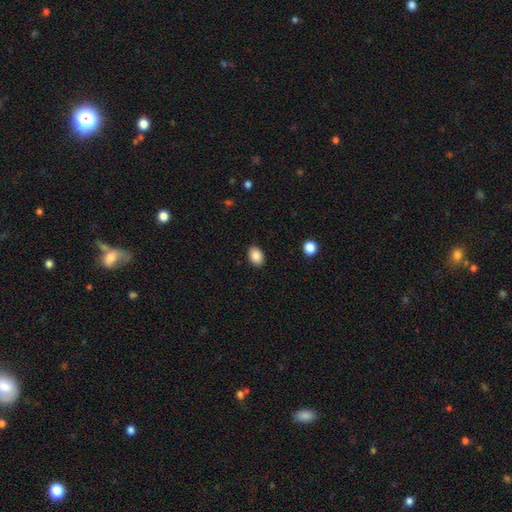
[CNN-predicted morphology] Smooth or featured? smooth (87%)
How rounded? in between (79%)
Merging? none (89%)